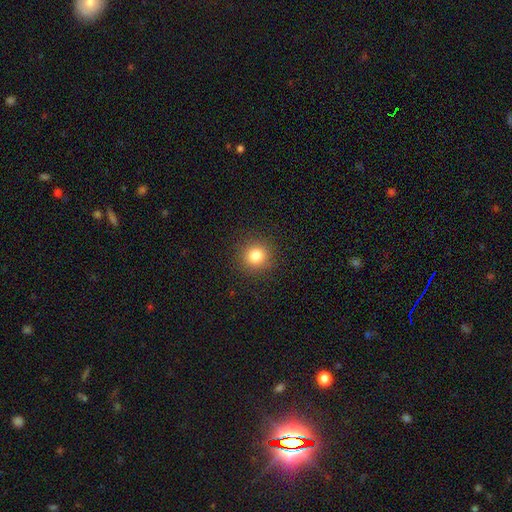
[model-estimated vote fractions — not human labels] Smooth or featured?
  - smooth: 82% *
  - star or artifact: 12%
  - featured or disk: 6%
How rounded?
  - round: 93% *
  - in between: 6%
  - cigar-shaped: 1%
Merging?
  - none: 91% *
  - minor disturbance: 5%
  - major disturbance: 2%
  - merger: 1%